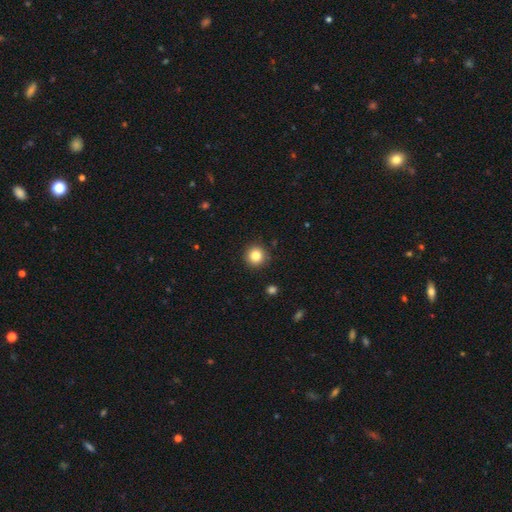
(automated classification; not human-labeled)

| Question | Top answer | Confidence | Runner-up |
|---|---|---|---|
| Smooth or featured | smooth | 84% | star or artifact (11%) |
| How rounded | round | 95% | in between (4%) |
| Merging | none | 90% | minor disturbance (6%) |